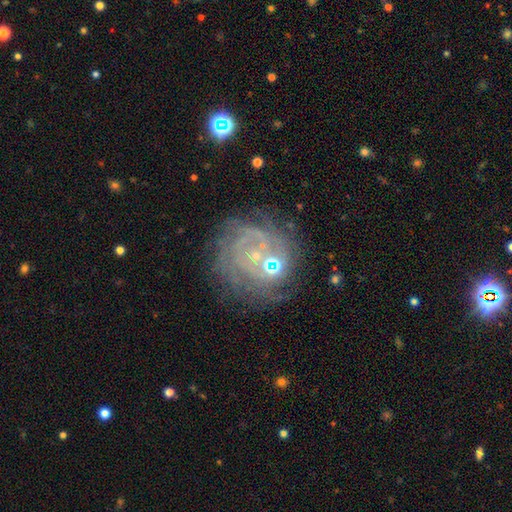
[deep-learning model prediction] This is likely a featured or disk galaxy (70%). It is clearly not viewed edge-on (97%). Bar: likely no (73%). Spiral arm pattern: likely yes (77%). Spiral arm count: possibly can't tell (47%). Spiral winding: likely tight (70%). Central bulge: possibly small (57%). Merging: likely none (60%).